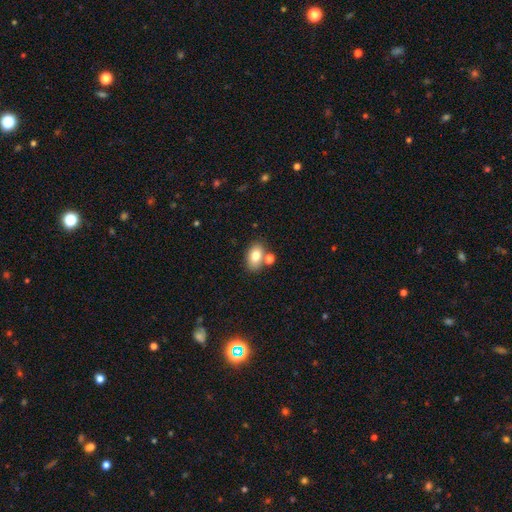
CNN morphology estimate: This is likely a smooth galaxy (79%). How rounded: clearly in between (83%). Merging: likely none (67%).